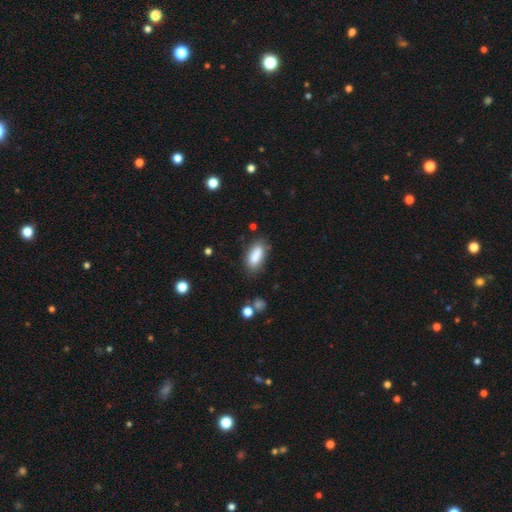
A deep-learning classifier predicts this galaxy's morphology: smooth 86%, star or artifact 7%, featured or disk 7%. Down the decision tree: how rounded — in between (82%); merging — none (77%).